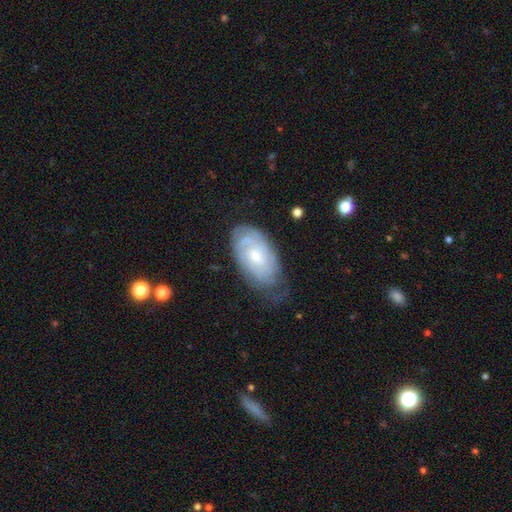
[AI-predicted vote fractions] This appears to be a featured or disk galaxy (67%) with no bar (69%), tight (71%) spiral arms (85%) and a small central bulge (56%). Merging: none (60%).